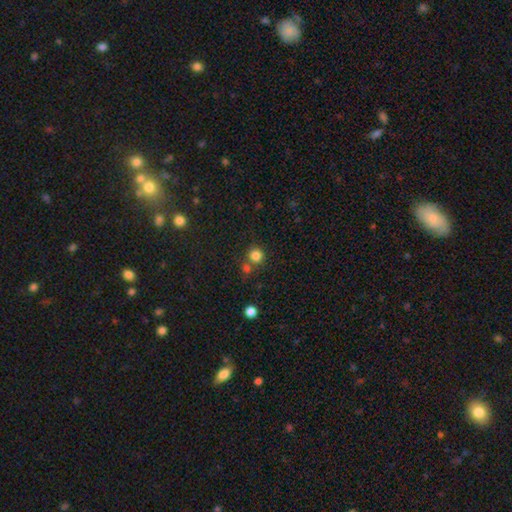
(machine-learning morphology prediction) Smooth or featured?
  - smooth: 81% *
  - star or artifact: 13%
  - featured or disk: 5%
How rounded?
  - round: 92% *
  - in between: 7%
  - cigar-shaped: 1%
Merging?
  - none: 68% *
  - merger: 21%
  - minor disturbance: 8%
  - major disturbance: 3%